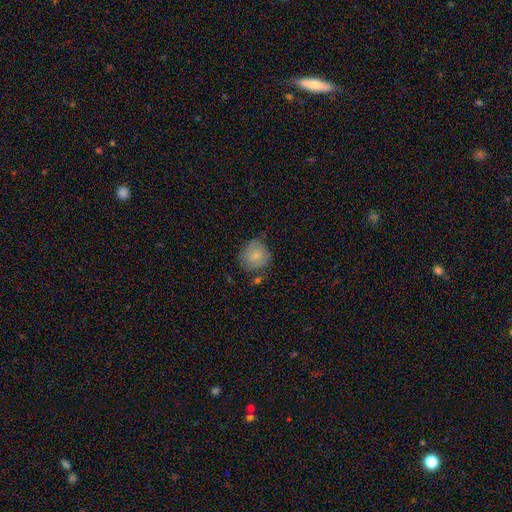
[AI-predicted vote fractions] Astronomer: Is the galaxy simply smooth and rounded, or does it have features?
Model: smooth — 75%.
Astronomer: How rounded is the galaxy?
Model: round — 83%.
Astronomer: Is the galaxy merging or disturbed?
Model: none — 60%.